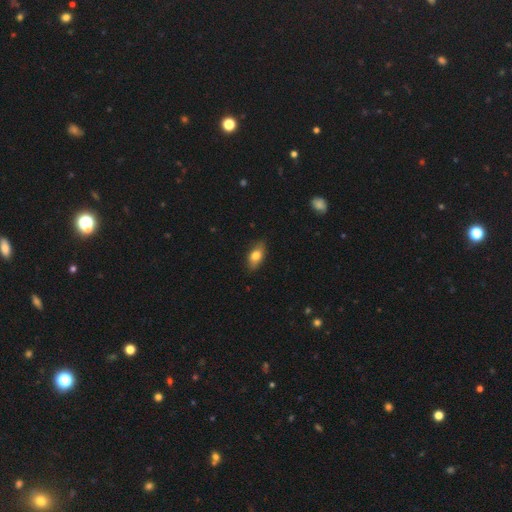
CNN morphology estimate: Q: Smooth or featured?
A: smooth (75%); runner-up: featured or disk (18%)
Q: How rounded?
A: in between (85%); runner-up: cigar-shaped (9%)
Q: Merging?
A: none (84%); runner-up: minor disturbance (13%)